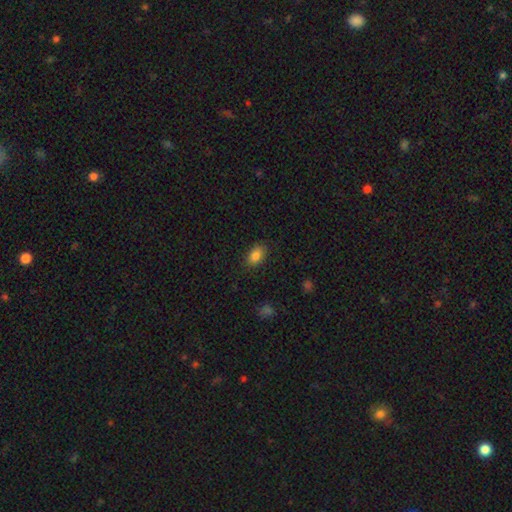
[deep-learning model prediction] A smooth galaxy with no disk features (85%) that is in between round and cigar-shaped (85%).

Vote fractions:
- Smooth or featured? smooth: 85% / star or artifact: 9% / featured or disk: 6%
- How rounded? in between: 85% / round: 13% / cigar-shaped: 2%
- Merging? none: 86% / minor disturbance: 11% / major disturbance: 3% / merger: 1%